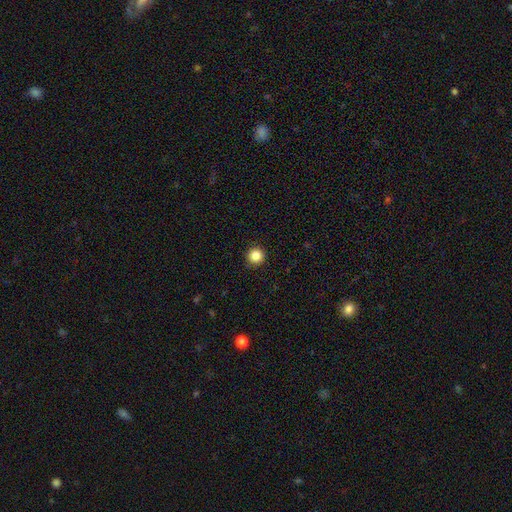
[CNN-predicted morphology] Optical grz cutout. It shows a smooth galaxy with no disk features (86%) that is round (96%). Merging: none (92%).